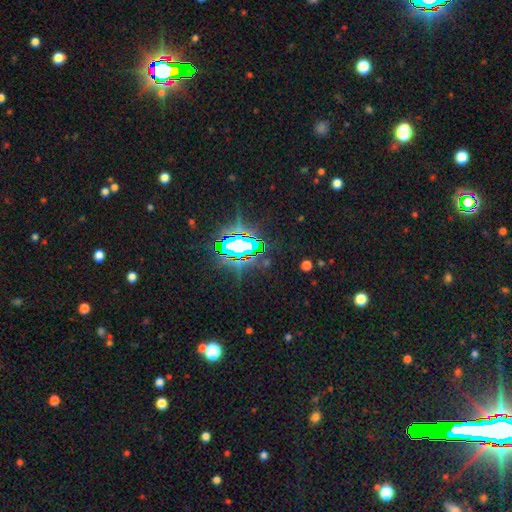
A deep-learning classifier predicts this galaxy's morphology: Smooth or featured?
  - star or artifact: 84% *
  - smooth: 10%
  - featured or disk: 7%